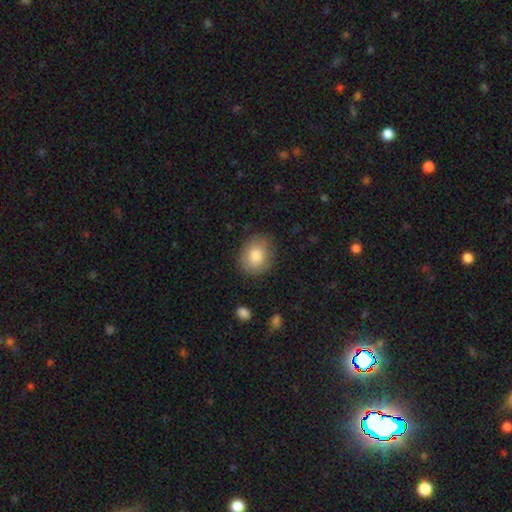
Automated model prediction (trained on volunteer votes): This appears to be a smooth galaxy with no disk features (84%) that is round (55%). Merging: none (81%).